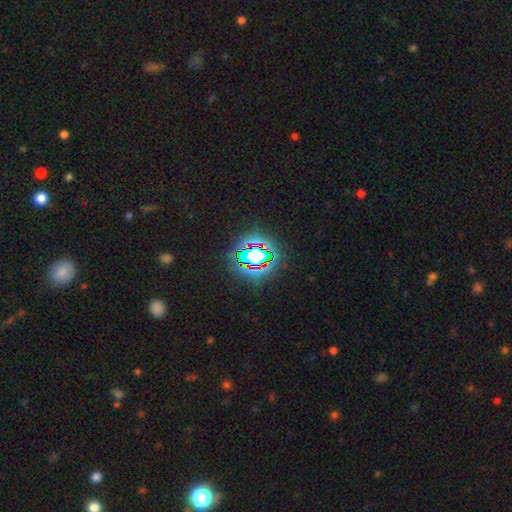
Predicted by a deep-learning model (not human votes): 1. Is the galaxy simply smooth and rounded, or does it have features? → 64% star or artifact, 22% smooth, 14% featured or disk.